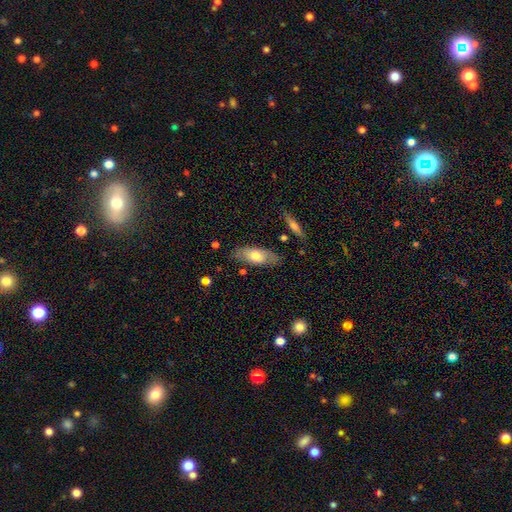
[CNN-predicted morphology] smooth_or_featured: smooth (p=0.63) [alt: featured or disk p=0.31]
how_rounded: in between (p=0.82) [alt: cigar-shaped p=0.16]
merging: none (p=0.77) [alt: minor disturbance p=0.17]